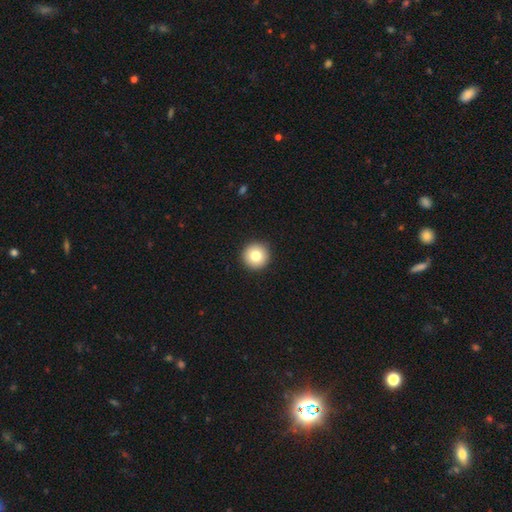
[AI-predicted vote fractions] smooth_or_featured: smooth (p=0.81) [alt: featured or disk p=0.10]
how_rounded: round (p=0.96) [alt: in between p=0.03]
merging: none (p=0.93) [alt: minor disturbance p=0.04]